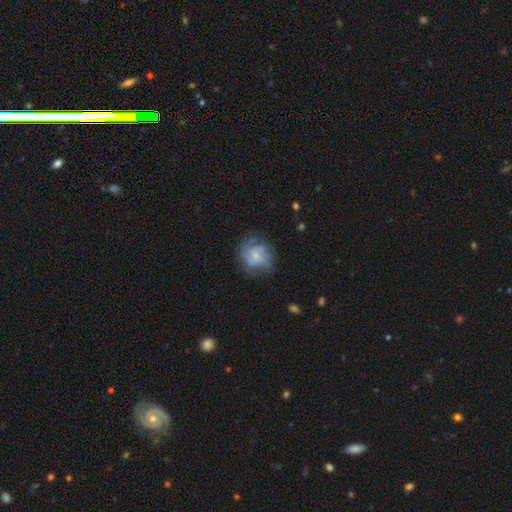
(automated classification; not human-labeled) Smooth or featured?
  - featured or disk: 55% *
  - smooth: 37%
  - star or artifact: 8%
Edge-on disk?
  - no: 98% *
  - yes: 2%
Bar?
  - no: 72% *
  - weak: 24%
  - strong: 3%
Spiral arms?
  - yes: 80% *
  - no: 20%
Bulge size?
  - small: 63% *
  - moderate: 27%
  - none: 7%
  - large: 2%
  - dominant: 1%
Merging?
  - none: 63% *
  - minor disturbance: 23%
  - major disturbance: 13%
  - merger: 2%